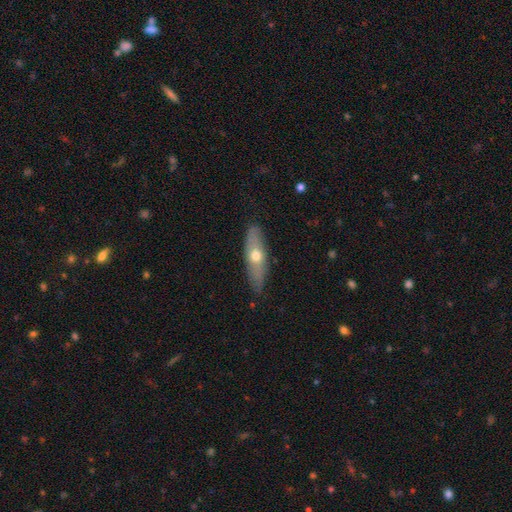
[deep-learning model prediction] Overall: smooth (53%; featured or disk 41%). How rounded: cigar-shaped (50%; in between 46%). Merging: none (81%).